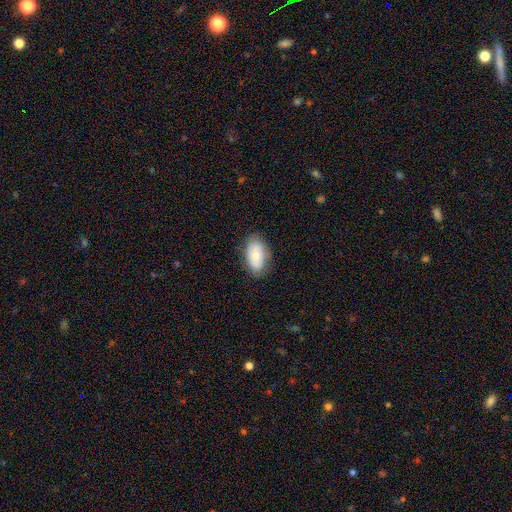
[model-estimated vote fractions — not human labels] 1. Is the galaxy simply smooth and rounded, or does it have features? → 72% smooth, 21% featured or disk, 7% star or artifact.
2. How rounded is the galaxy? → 92% in between, 6% round, 2% cigar-shaped.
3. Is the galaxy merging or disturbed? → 79% none, 16% minor disturbance, 4% major disturbance, 1% merger.